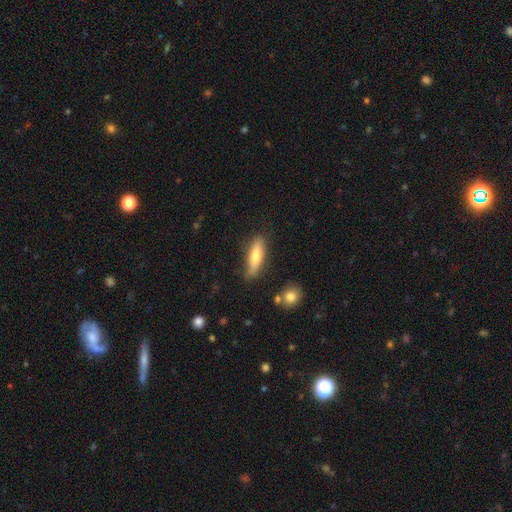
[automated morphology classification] Overall: smooth (69%). How rounded: cigar-shaped (63%; in between 35%). Merging: none (77%).